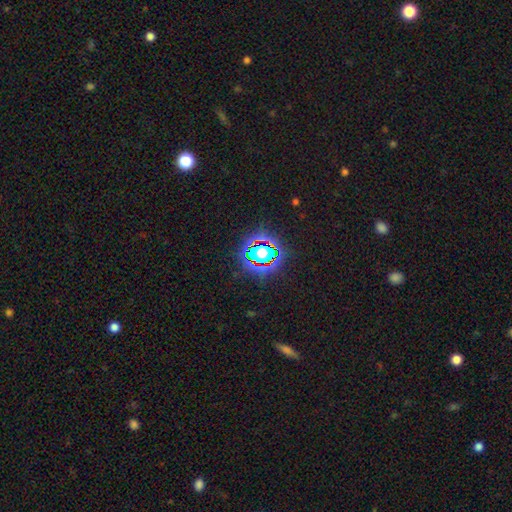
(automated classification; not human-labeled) The model was most divided on "smooth or featured": star or artifact: 73%, smooth: 17%, featured or disk: 9%.